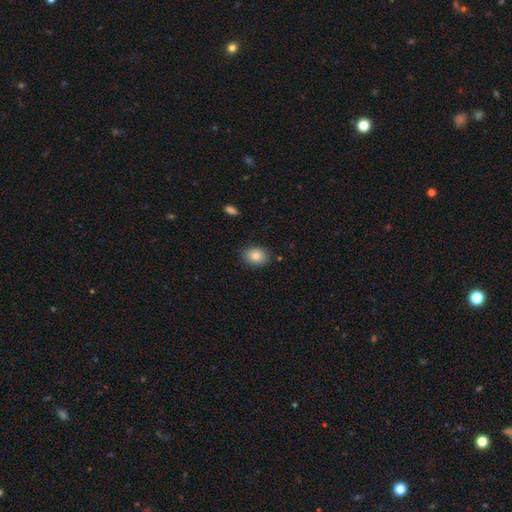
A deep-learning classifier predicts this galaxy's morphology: Smooth or featured: smooth — 84% (star or artifact — 8%)
How rounded: in between — 63% (round — 37%)
Merging: none — 86% (minor disturbance — 11%)